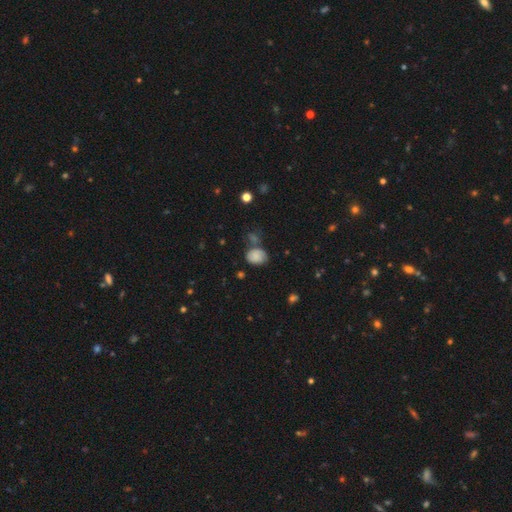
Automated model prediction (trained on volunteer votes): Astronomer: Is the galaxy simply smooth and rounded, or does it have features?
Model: smooth — 73%.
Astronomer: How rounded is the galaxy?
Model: in between — 65%.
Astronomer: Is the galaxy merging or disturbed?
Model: none — 47% (runner-up: minor disturbance, 26%).